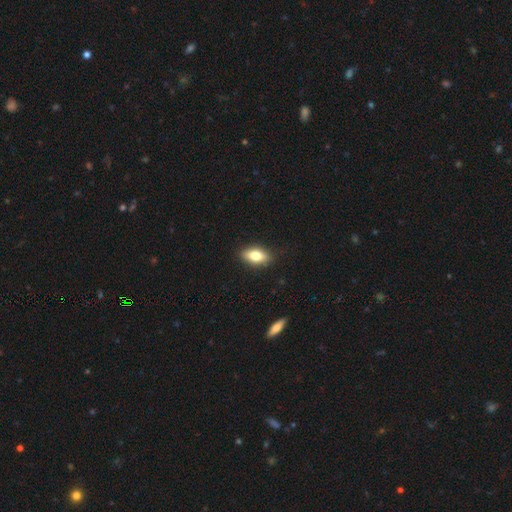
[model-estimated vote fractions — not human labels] A smooth galaxy with no disk features (76%) that is in between round and cigar-shaped (85%).

Vote fractions:
- Smooth or featured? smooth: 76% / featured or disk: 17% / star or artifact: 8%
- How rounded? in between: 85% / cigar-shaped: 8% / round: 6%
- Merging? none: 87% / minor disturbance: 9% / major disturbance: 2% / merger: 1%